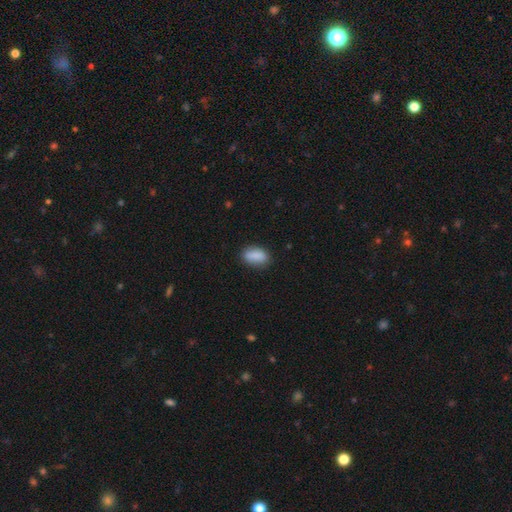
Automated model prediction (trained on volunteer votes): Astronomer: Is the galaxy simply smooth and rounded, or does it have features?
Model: smooth — 86%.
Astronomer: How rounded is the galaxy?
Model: in between — 86%.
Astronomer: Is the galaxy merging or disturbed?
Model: none — 81%.